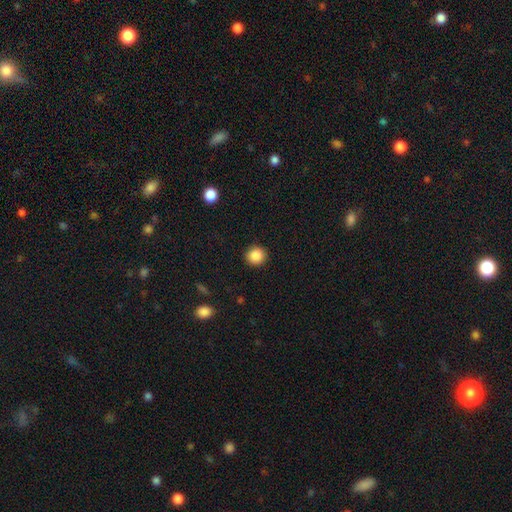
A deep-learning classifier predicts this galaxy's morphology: smooth-or-featured: smooth: 87% | star or artifact: 9% | featured or disk: 4%
  how-rounded: round: 92% | in between: 7% | cigar-shaped: 1%
  merging: none: 92% | minor disturbance: 6% | major disturbance: 2% | merger: 1%